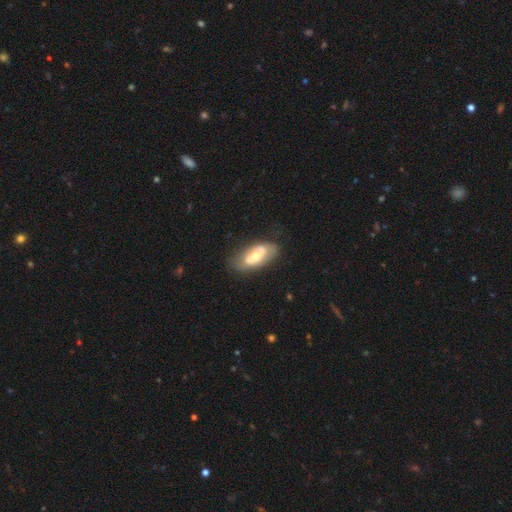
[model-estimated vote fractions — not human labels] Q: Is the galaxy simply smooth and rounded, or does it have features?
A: featured or disk — 50%.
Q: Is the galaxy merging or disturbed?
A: none — 67%.